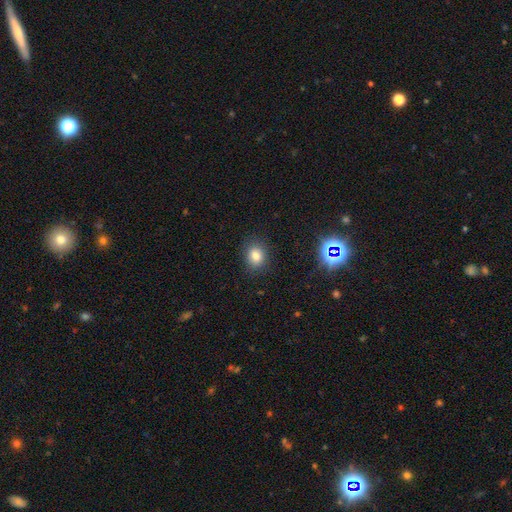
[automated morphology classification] smooth-or-featured: smooth: 78% | star or artifact: 14% | featured or disk: 8%
  how-rounded: round: 55% | in between: 44% | cigar-shaped: 1%
  merging: none: 86% | minor disturbance: 9% | major disturbance: 3% | merger: 1%